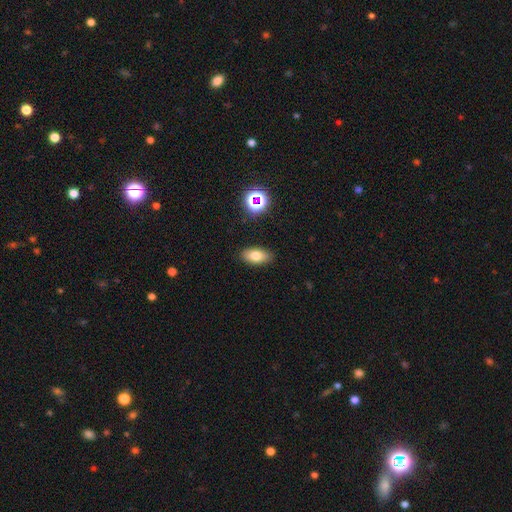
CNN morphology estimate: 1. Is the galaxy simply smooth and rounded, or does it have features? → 77% smooth, 12% featured or disk, 11% star or artifact.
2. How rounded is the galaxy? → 90% in between, 5% cigar-shaped, 5% round.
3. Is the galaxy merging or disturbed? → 88% none, 9% minor disturbance, 2% major disturbance, 2% merger.